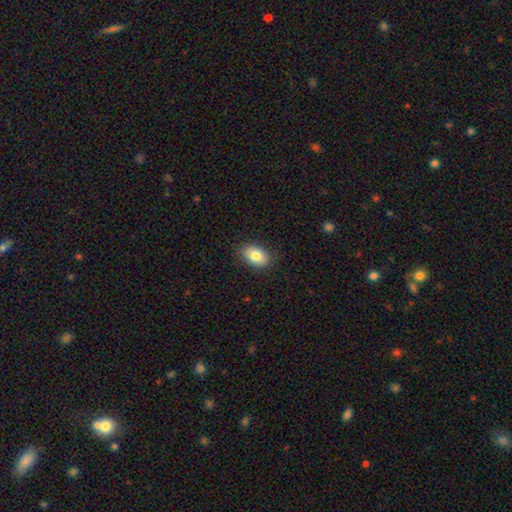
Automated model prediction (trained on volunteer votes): smooth_or_featured: smooth (p=0.82) [alt: featured or disk p=0.10]
how_rounded: in between (p=0.85) [alt: round p=0.14]
merging: none (p=0.86) [alt: minor disturbance p=0.11]